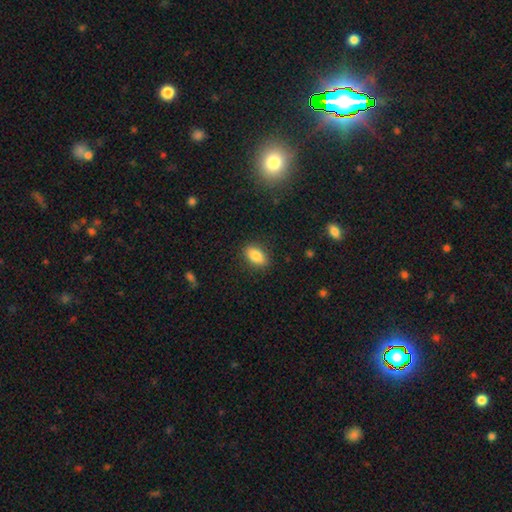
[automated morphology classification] A smooth galaxy with no disk features (85%) that is in between round and cigar-shaped (89%).

Vote fractions:
- Smooth or featured? smooth: 85% / star or artifact: 8% / featured or disk: 7%
- How rounded? in between: 89% / round: 6% / cigar-shaped: 5%
- Merging? none: 86% / minor disturbance: 10% / major disturbance: 3% / merger: 1%